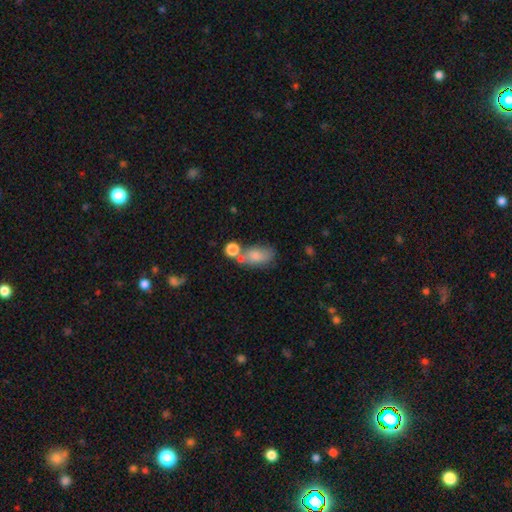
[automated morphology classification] smooth 75%, featured or disk 15%, star or artifact 10%. Down the decision tree: how rounded — in between (85%); merging — none (45%).